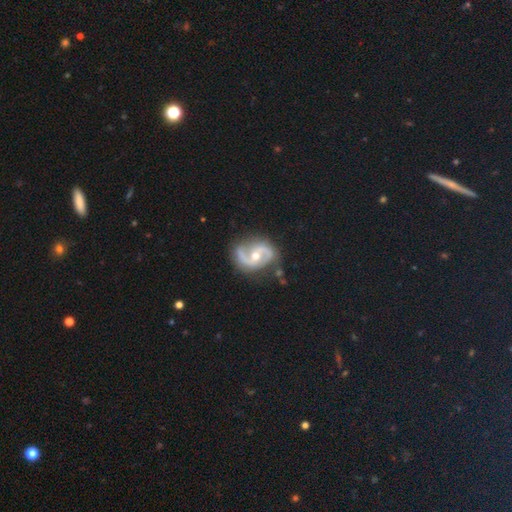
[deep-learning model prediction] Smooth or featured? Predicted: featured or disk (p=0.90). Edge-on disk? Predicted: no (p=0.98). Bar? Predicted: no (p=0.50). Spiral arms? Predicted: yes (p=0.97). Spiral winding? Predicted: medium (p=0.53). Spiral arm count? Predicted: 2 (p=0.94). Bulge size? Predicted: moderate (p=0.69). Merging? Predicted: none (p=0.77).